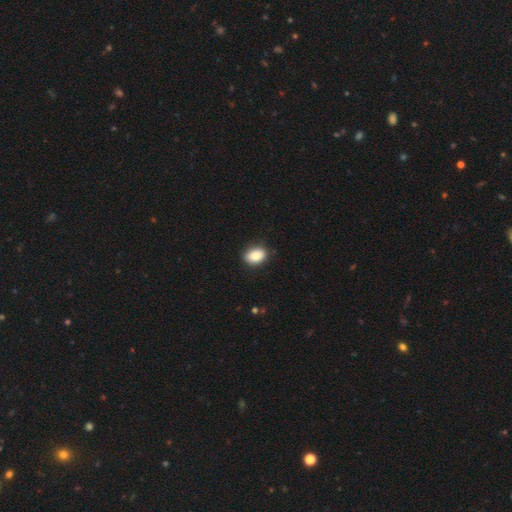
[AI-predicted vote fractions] The model was most divided on "how rounded": in between: 81%, round: 18%, cigar-shaped: 1%. More confident: smooth or featured — smooth (87%); merging — none (84%).